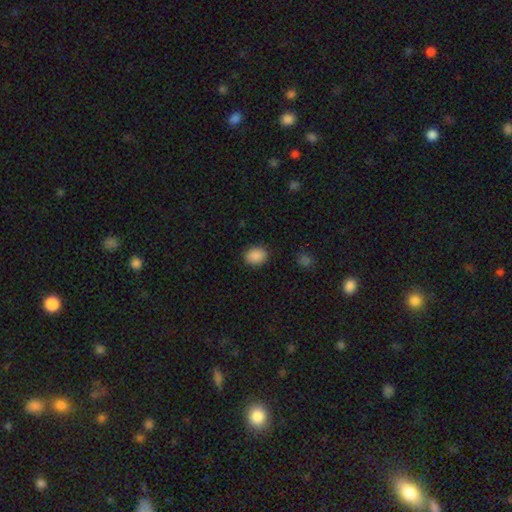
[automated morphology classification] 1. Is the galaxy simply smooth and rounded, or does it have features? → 88% smooth, 9% star or artifact, 3% featured or disk.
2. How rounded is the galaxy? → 57% round, 42% in between, 1% cigar-shaped.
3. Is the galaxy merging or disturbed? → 87% none, 9% minor disturbance, 3% major disturbance, 1% merger.